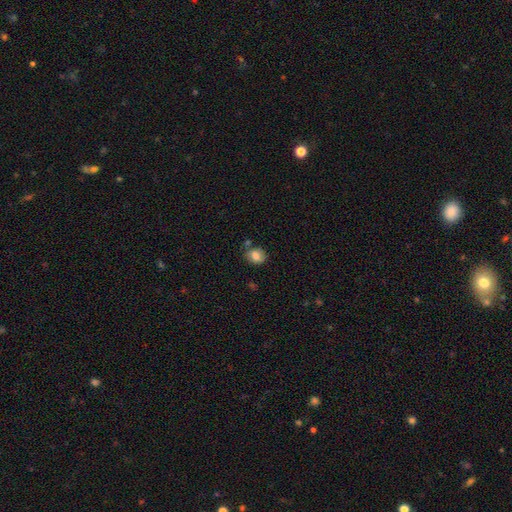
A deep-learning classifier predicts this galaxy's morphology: Smooth or featured?
  - smooth: 81% *
  - featured or disk: 10%
  - star or artifact: 9%
How rounded?
  - round: 57% *
  - in between: 42%
  - cigar-shaped: 1%
Merging?
  - none: 73% *
  - minor disturbance: 16%
  - merger: 8%
  - major disturbance: 4%